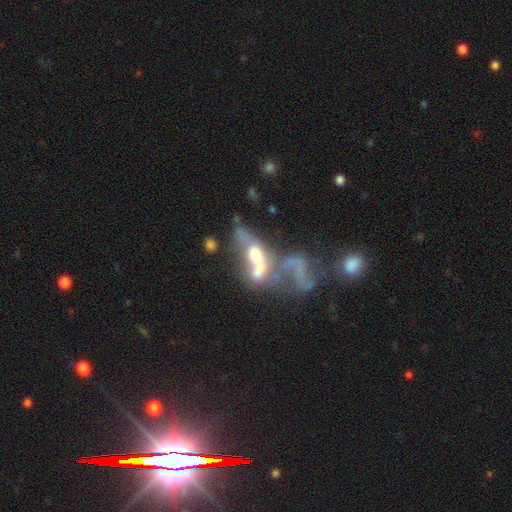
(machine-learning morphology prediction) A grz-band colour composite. It shows a featured or disk galaxy (58%) with no bar (79%), no spiral arms (83%) and a moderate central bulge (36%). Merging: merger (61%).